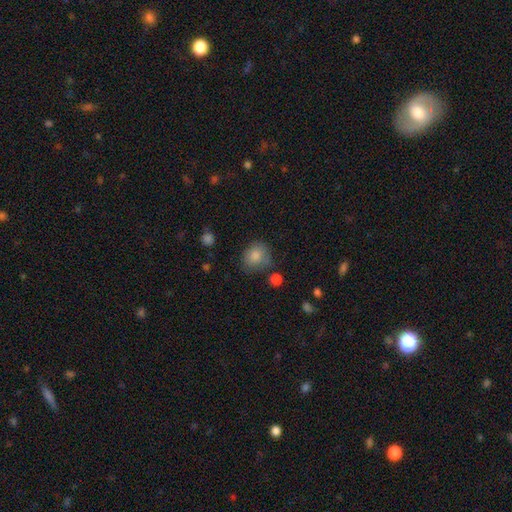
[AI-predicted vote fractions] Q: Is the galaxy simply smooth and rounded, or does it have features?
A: smooth — 83%.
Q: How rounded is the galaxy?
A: round — 67%.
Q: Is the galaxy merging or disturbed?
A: none — 63%.